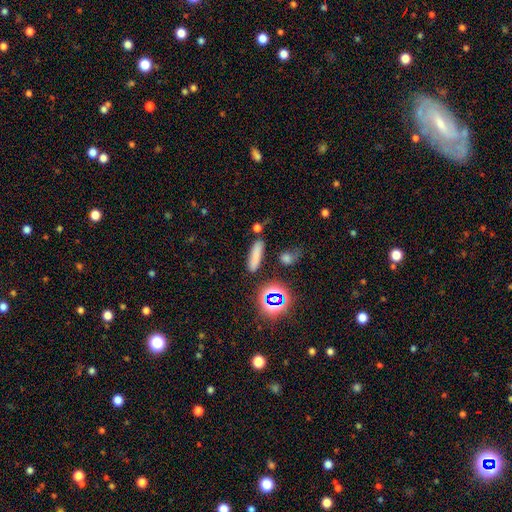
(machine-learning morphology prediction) Smooth or featured? smooth (73%)
How rounded? cigar-shaped (74%)
Merging? none (81%)